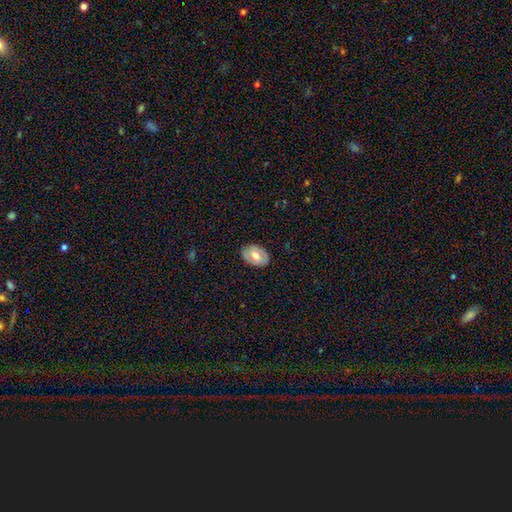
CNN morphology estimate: A smooth galaxy with no disk features (64%) that is in between round and cigar-shaped (83%).

Vote fractions:
- Smooth or featured? smooth: 64% / featured or disk: 29% / star or artifact: 7%
- How rounded? in between: 83% / round: 16% / cigar-shaped: 1%
- Merging? none: 86% / minor disturbance: 11% / major disturbance: 2% / merger: 1%